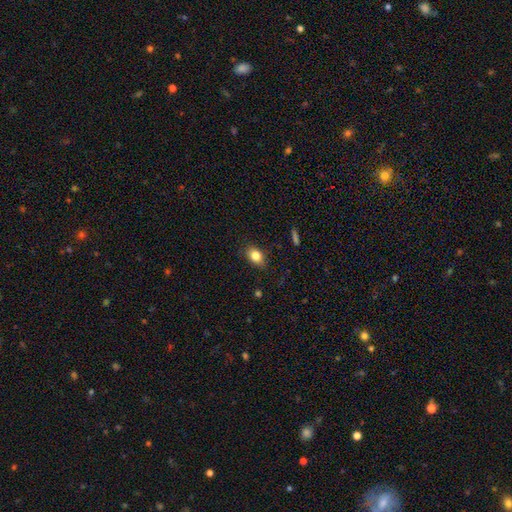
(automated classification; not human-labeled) smooth-or-featured: smooth: 83% | star or artifact: 9% | featured or disk: 8%
  how-rounded: in between: 74% | round: 24% | cigar-shaped: 2%
  merging: none: 83% | minor disturbance: 13% | major disturbance: 3% | merger: 1%